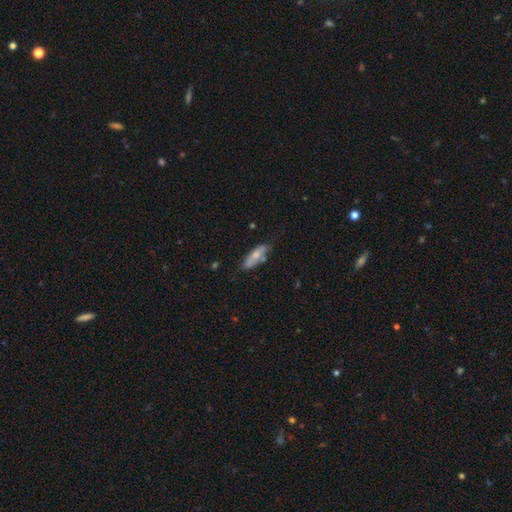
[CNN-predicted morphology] This is likely a smooth galaxy (64%). How rounded: likely in between (62%). Merging: possibly none (60%).